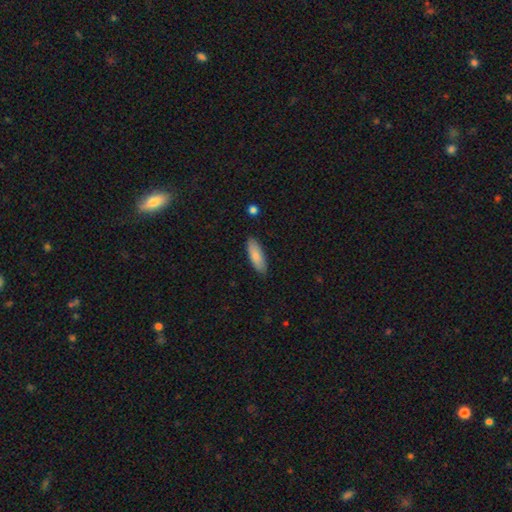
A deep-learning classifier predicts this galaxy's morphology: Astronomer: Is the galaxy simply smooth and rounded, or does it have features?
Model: smooth — 83%.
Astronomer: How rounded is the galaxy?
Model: in between — 62%.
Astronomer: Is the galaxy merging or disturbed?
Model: none — 87%.